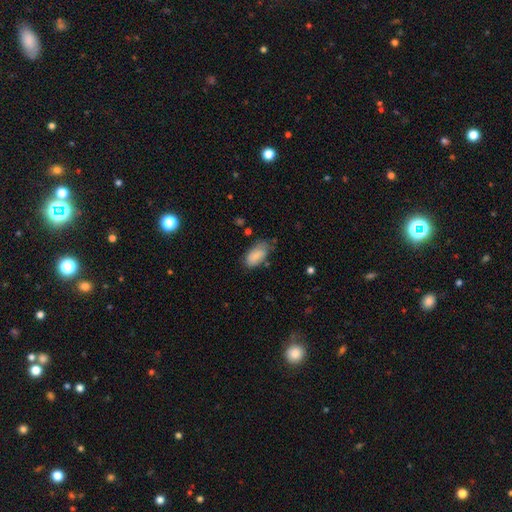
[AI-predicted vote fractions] smooth-or-featured: smooth: 86% | featured or disk: 7% | star or artifact: 7%
  how-rounded: in between: 93% | round: 4% | cigar-shaped: 3%
  merging: none: 61% | minor disturbance: 28% | major disturbance: 7% | merger: 3%